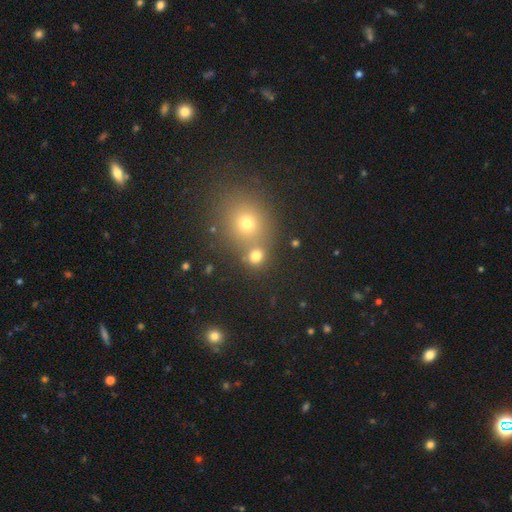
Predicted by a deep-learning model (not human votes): A smooth galaxy with no disk features (74%) that is round (82%). Merging: none (60%).